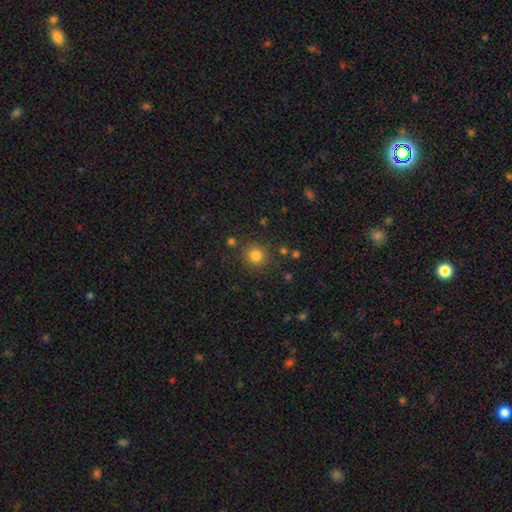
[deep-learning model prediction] Morphology: type=smooth (81%); roundness=round (92%); merging=none (84%).